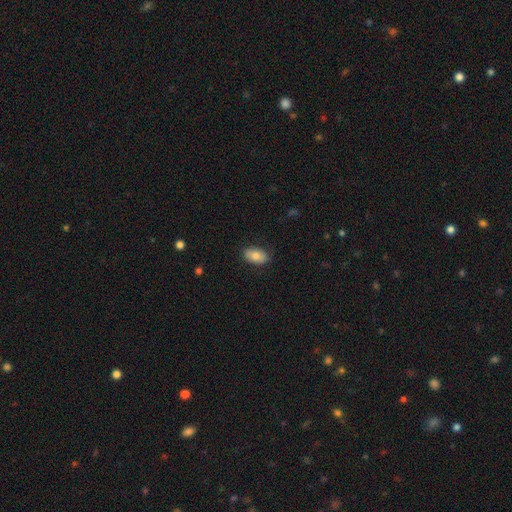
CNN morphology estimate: smooth 78%, featured or disk 15%, star or artifact 7%. Down the decision tree: how rounded — in between (91%); merging — none (84%).